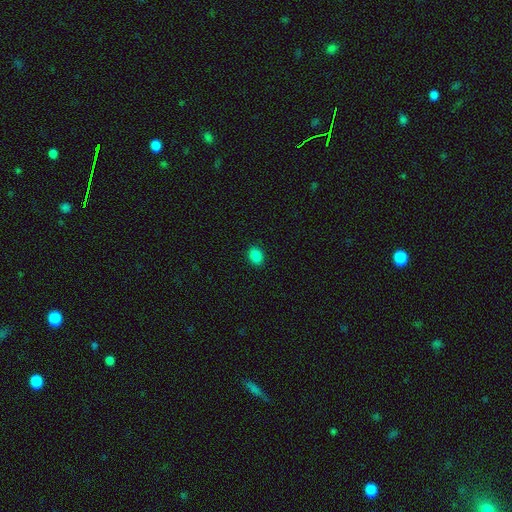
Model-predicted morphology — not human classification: Smooth or featured: smooth — 86% (star or artifact — 12%)
How rounded: in between — 68% (round — 31%)
Merging: none — 90% (minor disturbance — 7%)